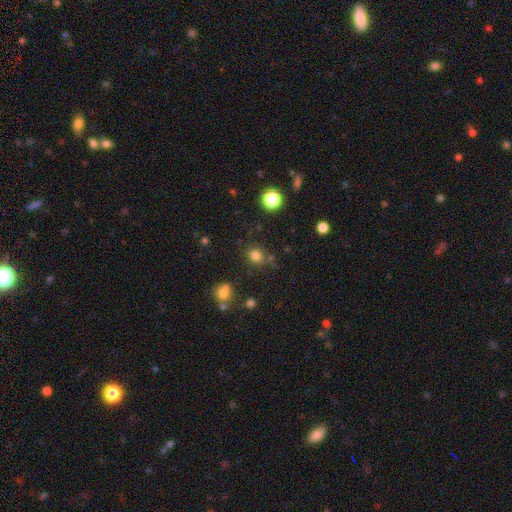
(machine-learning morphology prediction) A smooth galaxy with no disk features (78%) that is round (81%).

Vote fractions:
- Smooth or featured? smooth: 78% / star or artifact: 16% / featured or disk: 6%
- How rounded? round: 81% / in between: 18% / cigar-shaped: 1%
- Merging? none: 77% / minor disturbance: 12% / merger: 7% / major disturbance: 4%